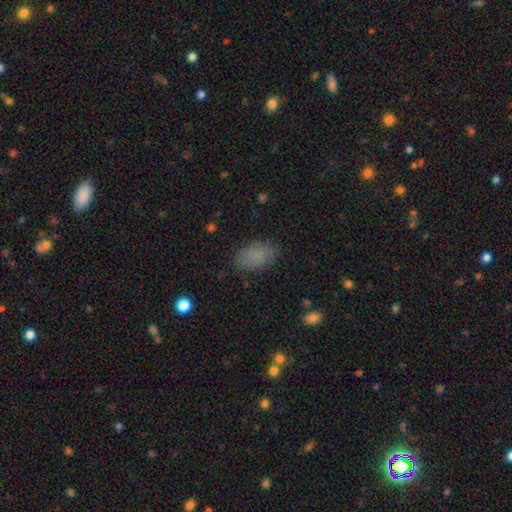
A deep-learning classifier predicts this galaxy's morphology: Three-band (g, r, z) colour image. It shows a smooth galaxy with no disk features (85%) that is in between round and cigar-shaped (92%). Merging: none (85%).